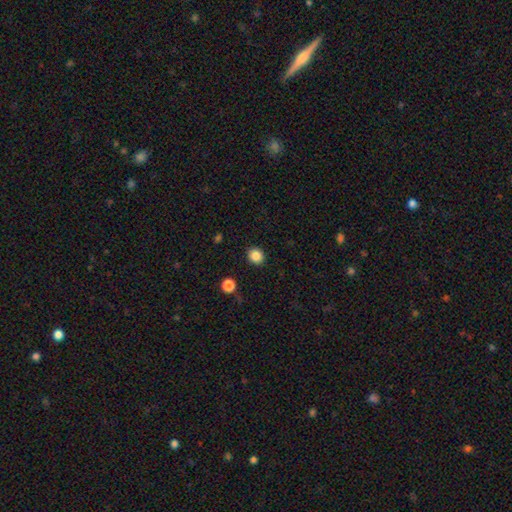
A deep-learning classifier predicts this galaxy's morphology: This appears to be a smooth galaxy with no disk features (86%) that is round (80%). Merging: none (90%).